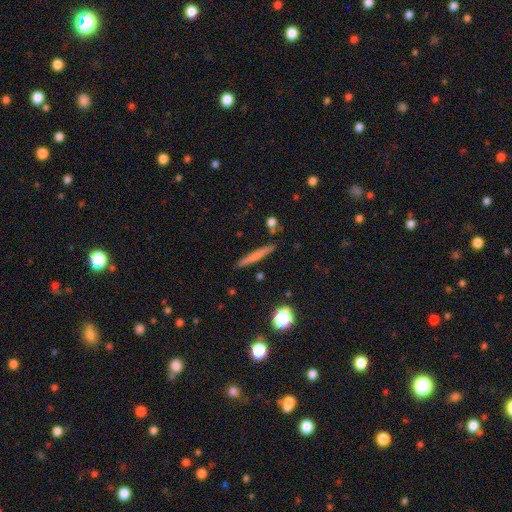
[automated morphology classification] Q: Smooth or featured?
A: smooth (61%); runner-up: featured or disk (31%)
Q: How rounded?
A: cigar-shaped (95%); runner-up: in between (3%)
Q: Merging?
A: none (87%); runner-up: minor disturbance (8%)